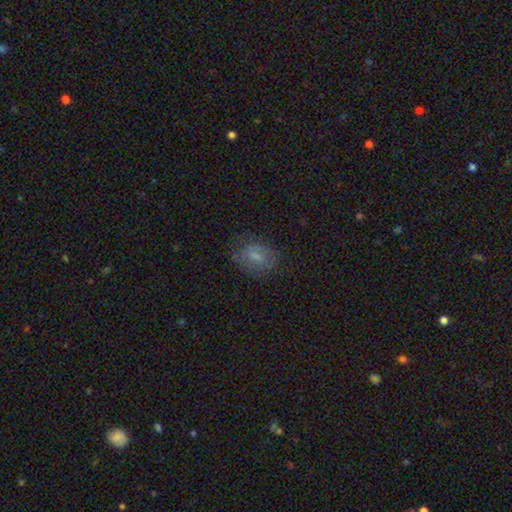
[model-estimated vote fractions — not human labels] Overall: smooth (62%; featured or disk 27%). How rounded: in between (71%). Merging: none (66%).